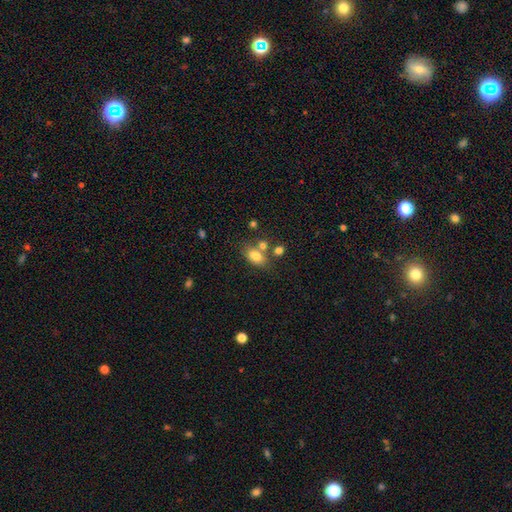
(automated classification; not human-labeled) Smooth or featured? Predicted: smooth (p=0.78). How rounded? Predicted: in between (p=0.82). Merging? Predicted: none (p=0.57).